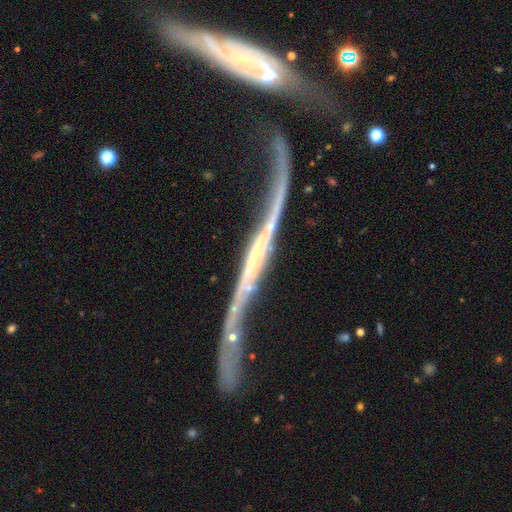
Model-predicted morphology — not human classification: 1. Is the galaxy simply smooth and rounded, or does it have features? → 83% featured or disk, 10% smooth, 7% star or artifact.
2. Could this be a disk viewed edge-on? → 60% yes, 40% no.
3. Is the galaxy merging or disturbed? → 33% none, 28% major disturbance, 20% minor disturbance, 18% merger.